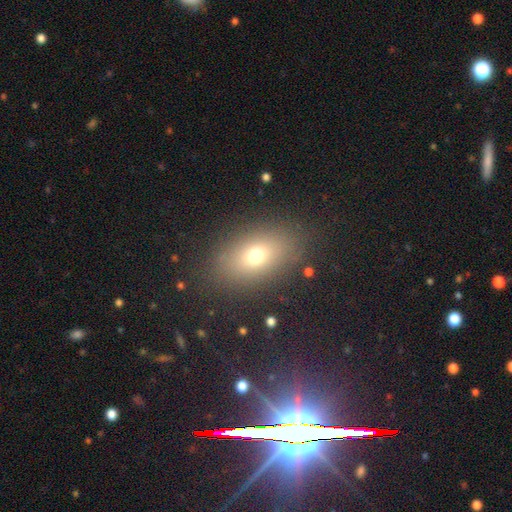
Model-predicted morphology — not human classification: Smooth or featured?
  - smooth: 70% *
  - featured or disk: 16%
  - star or artifact: 14%
How rounded?
  - in between: 82% *
  - round: 15%
  - cigar-shaped: 3%
Merging?
  - none: 83% *
  - minor disturbance: 10%
  - major disturbance: 5%
  - merger: 2%